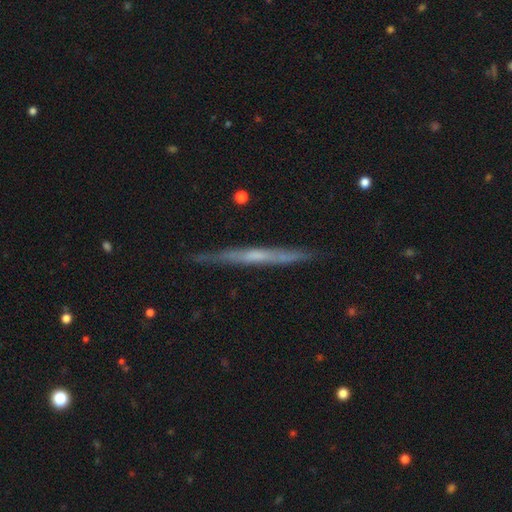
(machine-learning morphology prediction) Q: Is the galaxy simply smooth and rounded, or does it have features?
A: featured or disk — 60%.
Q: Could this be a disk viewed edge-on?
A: yes — 96%.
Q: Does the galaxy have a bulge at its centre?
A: none — 70%.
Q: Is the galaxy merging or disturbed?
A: none — 85%.